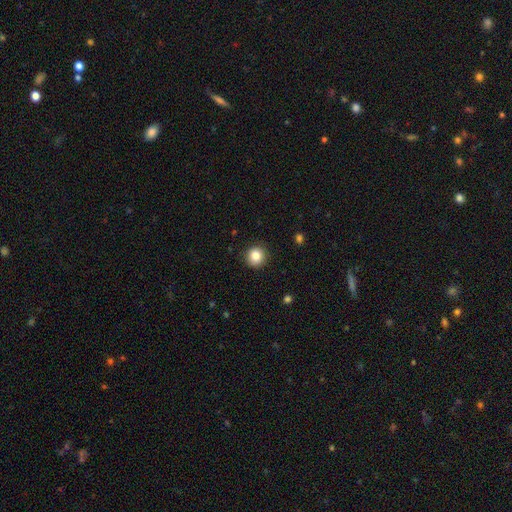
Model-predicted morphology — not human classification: A smooth galaxy with no disk features (85%) that is round (93%). Merging: none (91%).